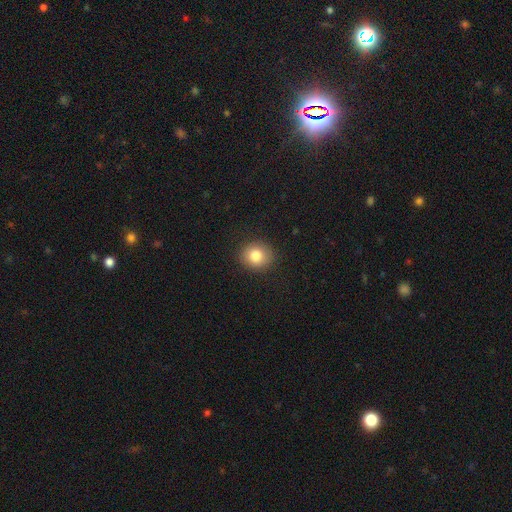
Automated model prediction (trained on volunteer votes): This appears to be a smooth galaxy with no disk features (82%) that is round (80%). Merging: none (90%).